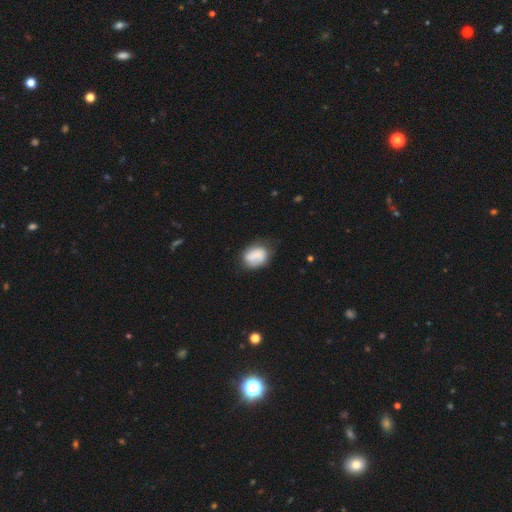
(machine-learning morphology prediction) Smooth or featured?
  - smooth: 67% *
  - featured or disk: 25%
  - star or artifact: 8%
How rounded?
  - in between: 68% *
  - round: 31%
  - cigar-shaped: 1%
Merging?
  - none: 58% *
  - minor disturbance: 28%
  - major disturbance: 10%
  - merger: 4%